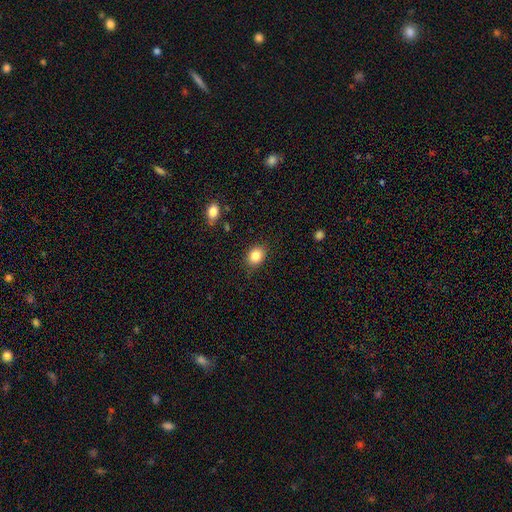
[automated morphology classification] A smooth galaxy with no disk features (84%) that is in between round and cigar-shaped (53%). Merging: none (85%).